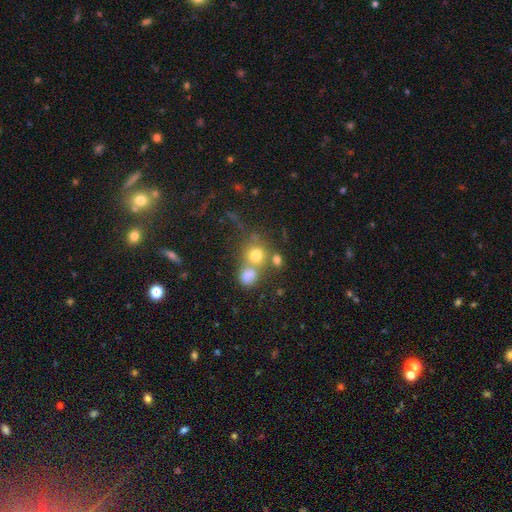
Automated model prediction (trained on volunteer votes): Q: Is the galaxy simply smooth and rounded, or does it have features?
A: smooth — 71%.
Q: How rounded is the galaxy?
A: round — 74%.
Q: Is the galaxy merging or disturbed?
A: none — 42%.